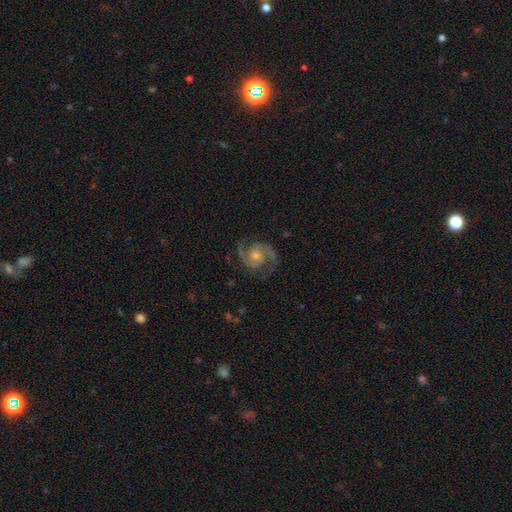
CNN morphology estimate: smooth-or-featured: featured or disk: 92% | star or artifact: 5% | smooth: 3%
  disk-edge-on: no: 98% | yes: 2%
    bar: no: 65% | weak: 29% | strong: 7%
    has-spiral-arms: yes: 99% | no: 1%
      spiral-winding: medium: 59% | tight: 32% | loose: 10%
      spiral-arm-count: 2: 92% | 3: 3% | can't tell: 2% | 1: 1% | 4: 1% | more than 4: 1%
    bulge-size: moderate: 49% | small: 43% | none: 4% | large: 4% | dominant: 1%
  merging: none: 82% | minor disturbance: 12% | major disturbance: 5% | merger: 1%